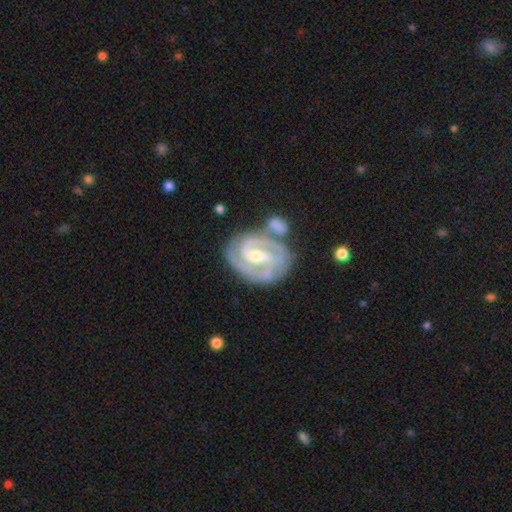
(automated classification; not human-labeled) featured or disk 91%, smooth 5%, star or artifact 4%. Down the decision tree: edge-on disk — no (97%); bar — weak (43%); spiral arms — yes (98%); spiral arm count — 2 (65%); spiral winding — tight (66%); bulge size — small (52%); merging — none (62%).